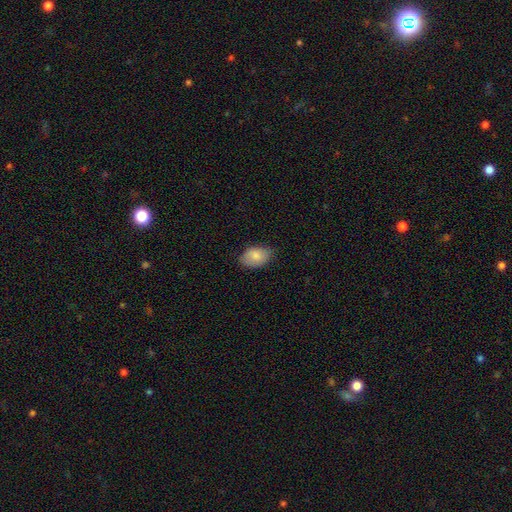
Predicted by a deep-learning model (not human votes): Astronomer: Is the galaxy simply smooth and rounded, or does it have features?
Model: smooth — 82%.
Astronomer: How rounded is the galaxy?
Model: in between — 87%.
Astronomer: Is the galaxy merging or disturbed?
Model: none — 70%.